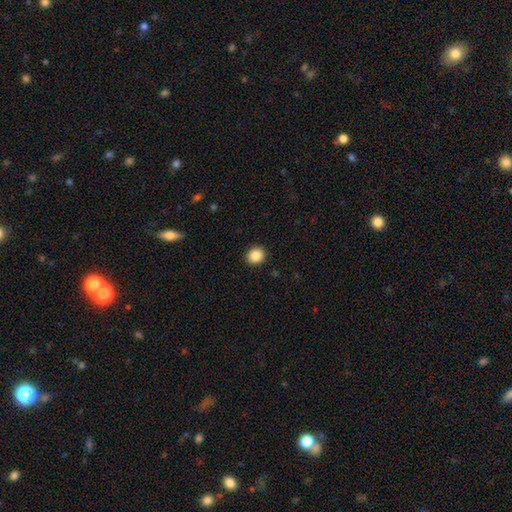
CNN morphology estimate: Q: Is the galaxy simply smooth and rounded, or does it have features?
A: smooth — 87%.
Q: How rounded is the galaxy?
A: round — 85%.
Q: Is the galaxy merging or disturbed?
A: none — 92%.